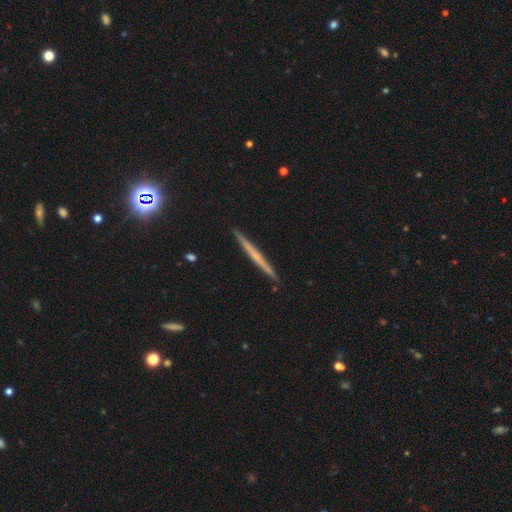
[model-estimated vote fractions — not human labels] smooth-or-featured: featured or disk: 55% | smooth: 37% | star or artifact: 7%
  disk-edge-on: yes: 98% | no: 2%
    edge-on-bulge: none: 79% | rounded: 16% | boxy: 5%
  merging: none: 92% | minor disturbance: 5% | major disturbance: 1% | merger: 1%